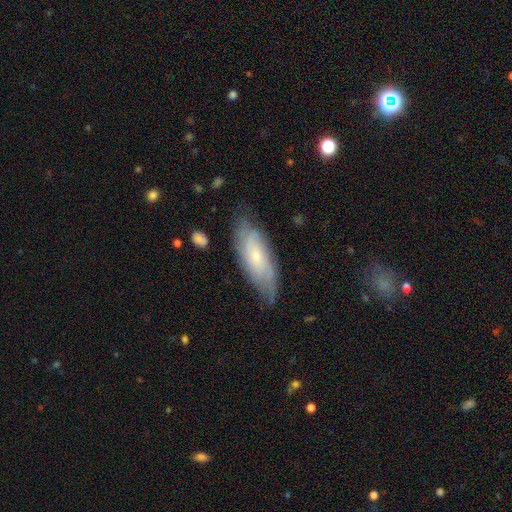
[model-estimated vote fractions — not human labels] Morphology: type=featured or disk (57%); edge-on=no (81%); merging=none (71%).